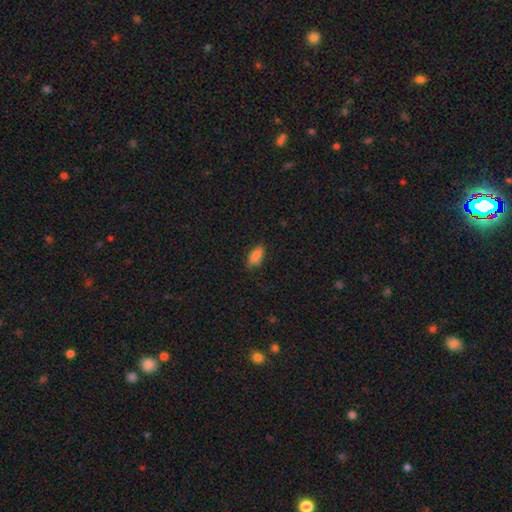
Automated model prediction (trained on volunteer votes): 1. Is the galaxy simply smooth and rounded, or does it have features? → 84% smooth, 8% star or artifact, 8% featured or disk.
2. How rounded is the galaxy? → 89% in between, 8% cigar-shaped, 3% round.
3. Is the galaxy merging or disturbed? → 74% none, 21% minor disturbance, 4% major disturbance, 1% merger.